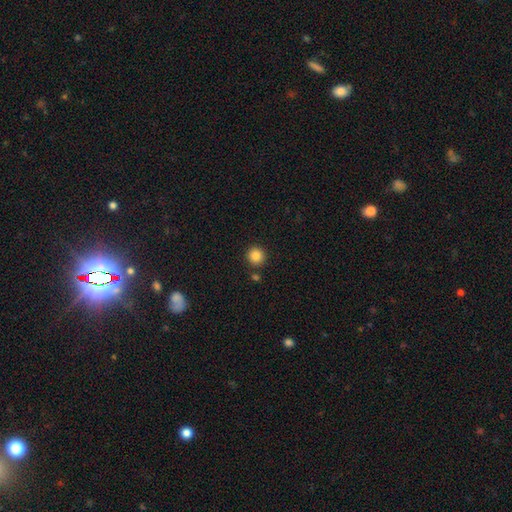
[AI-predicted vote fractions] smooth 86%, star or artifact 10%, featured or disk 4%. Down the decision tree: how rounded — round (94%); merging — none (87%).